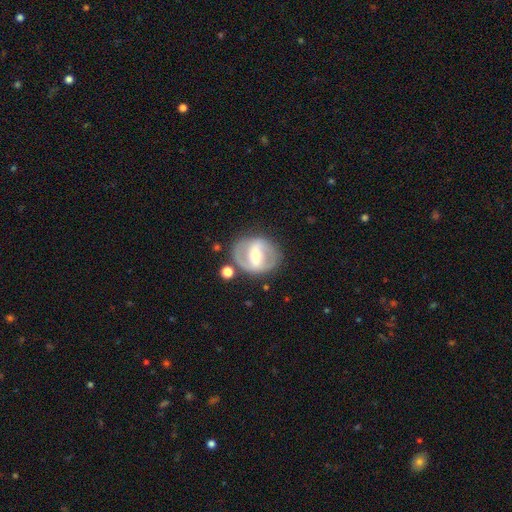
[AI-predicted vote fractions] Q: Smooth or featured?
A: featured or disk (76%); runner-up: smooth (18%)
Q: Edge-on disk?
A: no (95%); runner-up: yes (5%)
Q: Bar?
A: strong (56%); runner-up: weak (32%)
Q: Spiral arms?
A: yes (73%); runner-up: no (27%)
Q: Spiral winding?
A: medium (48%); runner-up: tight (29%)
Q: Spiral arm count?
A: 2 (84%); runner-up: can't tell (10%)
Q: Bulge size?
A: moderate (61%); runner-up: small (31%)
Q: Merging?
A: none (78%); runner-up: minor disturbance (12%)